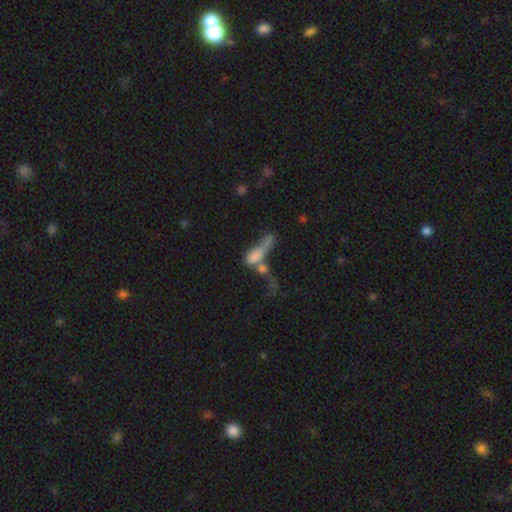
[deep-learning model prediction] Smooth or featured? smooth (60%)
How rounded? in between (57%)
Merging? merger (54%)